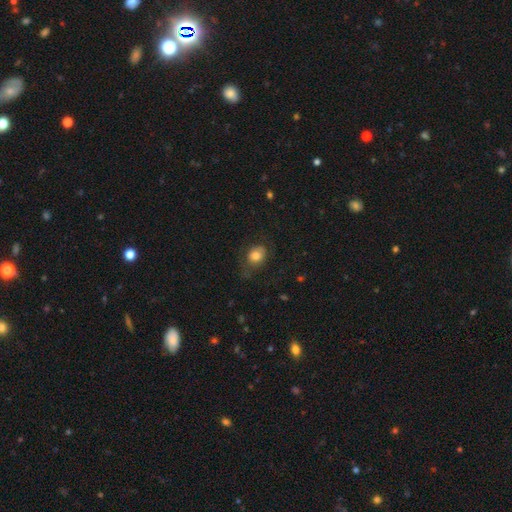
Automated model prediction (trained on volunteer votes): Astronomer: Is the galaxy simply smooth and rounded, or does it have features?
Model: smooth — 79%.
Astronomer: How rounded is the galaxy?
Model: in between — 50% (runner-up: round, 49%).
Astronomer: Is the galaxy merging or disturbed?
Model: none — 59%.